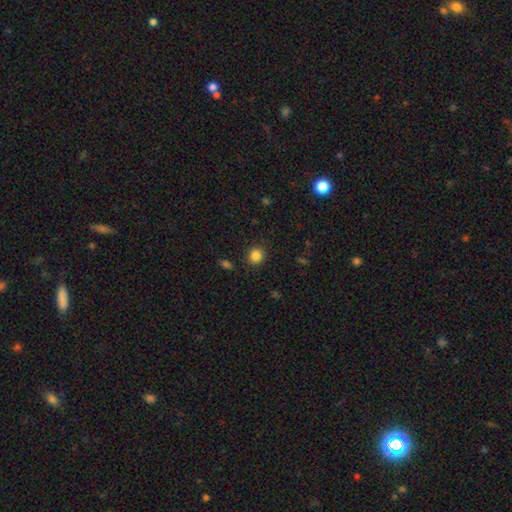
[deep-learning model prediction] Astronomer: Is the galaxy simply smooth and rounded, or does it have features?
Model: smooth — 85%.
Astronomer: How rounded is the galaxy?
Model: round — 82%.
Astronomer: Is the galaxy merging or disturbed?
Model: none — 87%.